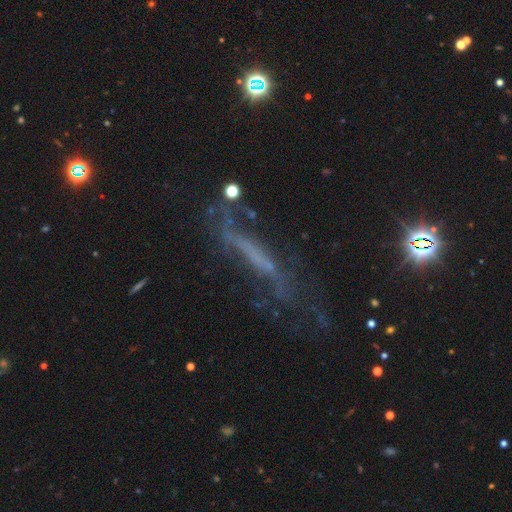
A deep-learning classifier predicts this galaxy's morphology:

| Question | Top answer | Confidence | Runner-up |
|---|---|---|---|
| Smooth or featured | featured or disk | 55% | smooth (25%) |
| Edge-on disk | yes | 59% | no (41%) |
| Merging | none | 46% | major disturbance (25%) |